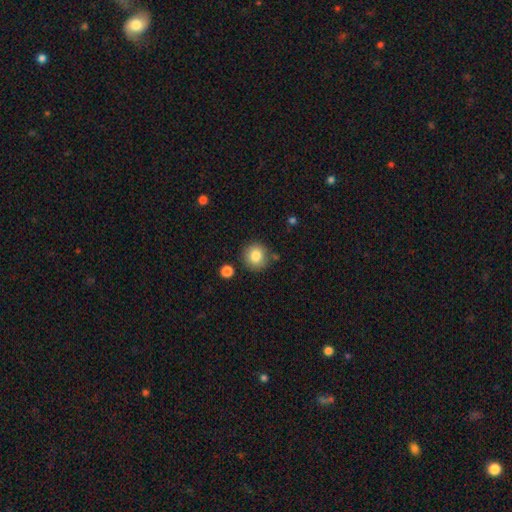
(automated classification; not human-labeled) smooth 83%, star or artifact 9%, featured or disk 8%. Down the decision tree: how rounded — round (91%); merging — none (82%).